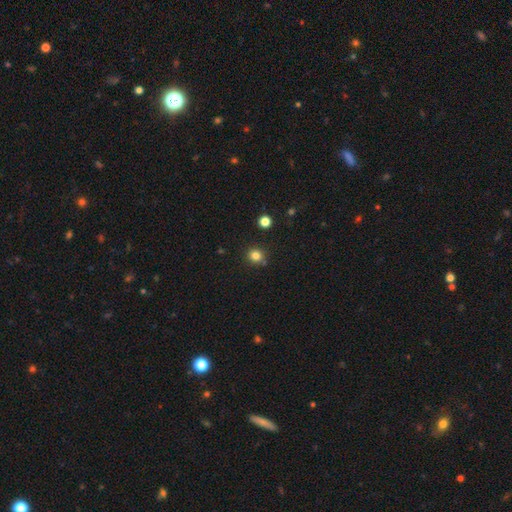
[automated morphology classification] The model was most divided on "smooth or featured": smooth: 82%, star or artifact: 13%, featured or disk: 5%. More confident: how rounded — round (86%); merging — none (82%).